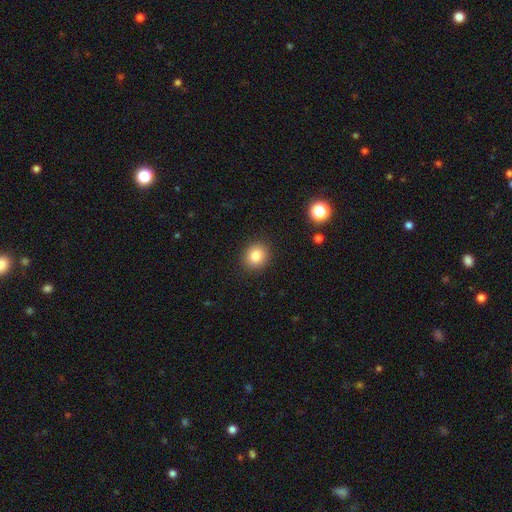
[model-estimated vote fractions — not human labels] A smooth galaxy with no disk features (83%) that is round (78%). Merging: none (90%).